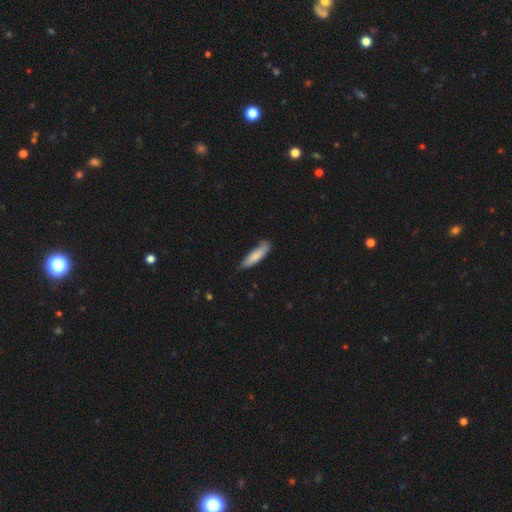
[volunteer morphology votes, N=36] A smooth galaxy with no disk features (89%) that is cigar-shaped (59%). Merging: none (54%).